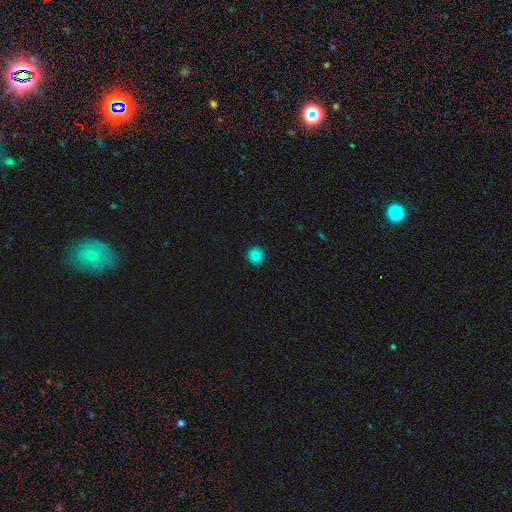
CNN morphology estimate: Overall: smooth (86%). How rounded: round (84%). Merging: none (91%).